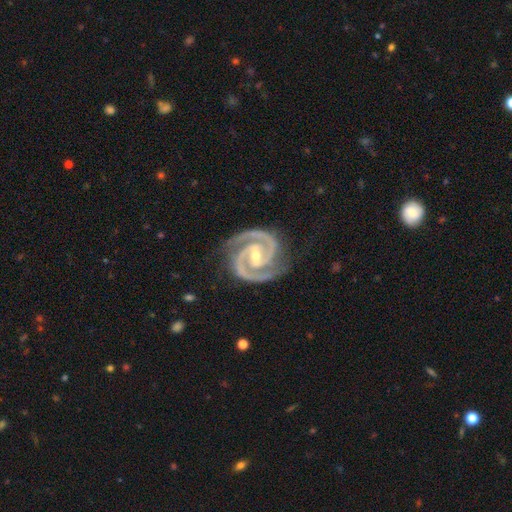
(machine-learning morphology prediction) This appears to be a featured or disk galaxy (95%) with a weak bar (41%), 2 (93%) tight (61%) spiral arms (99%) and a small central bulge (55%). Merging: none (83%).